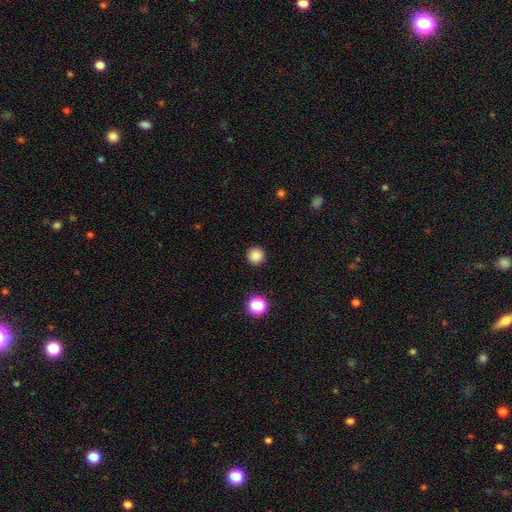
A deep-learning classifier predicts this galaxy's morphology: smooth-or-featured: smooth: 85% | star or artifact: 12% | featured or disk: 3%
  how-rounded: round: 96% | in between: 3% | cigar-shaped: 1%
  merging: none: 92% | minor disturbance: 5% | major disturbance: 2% | merger: 1%